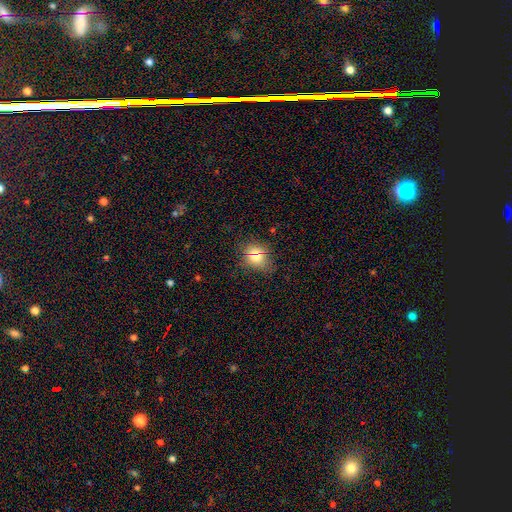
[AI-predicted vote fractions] The model was most divided on "how rounded": round: 67%, in between: 31%, cigar-shaped: 2%. More confident: merging — none (83%); smooth or featured — smooth (69%).